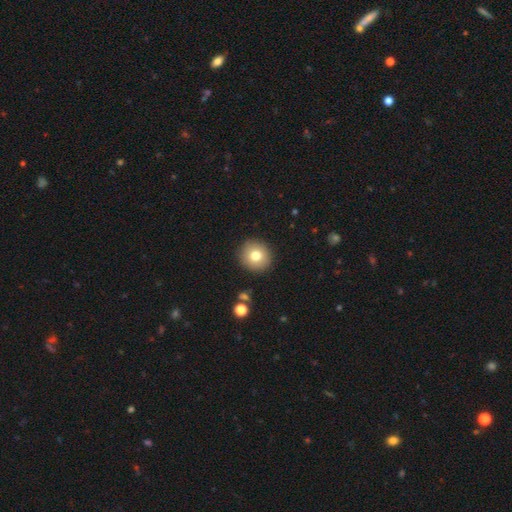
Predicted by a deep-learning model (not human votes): The model was most divided on "smooth or featured": smooth: 76%, featured or disk: 13%, star or artifact: 11%. More confident: how rounded — round (92%); merging — none (91%).